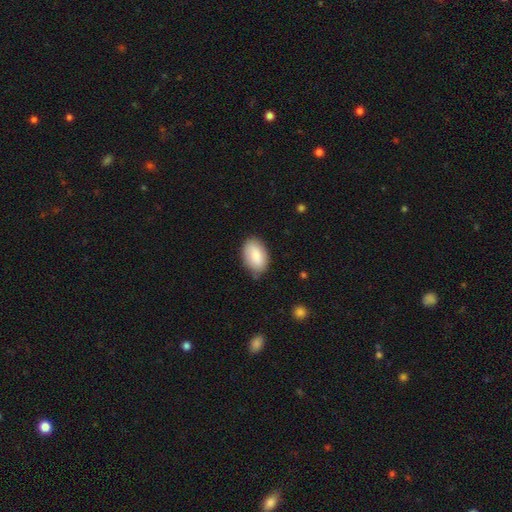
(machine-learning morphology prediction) Smooth or featured: smooth — 80% (featured or disk — 14%)
How rounded: in between — 92% (round — 6%)
Merging: none — 79% (minor disturbance — 17%)